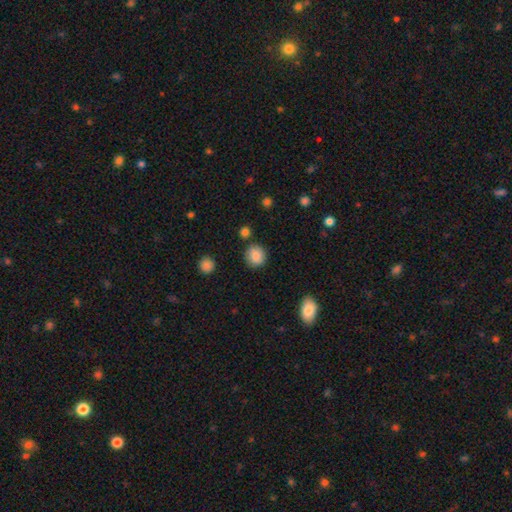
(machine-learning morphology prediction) Smooth or featured?
  - smooth: 86% *
  - star or artifact: 9%
  - featured or disk: 5%
How rounded?
  - round: 88% *
  - in between: 11%
  - cigar-shaped: 1%
Merging?
  - none: 84% *
  - minor disturbance: 10%
  - merger: 3%
  - major disturbance: 3%